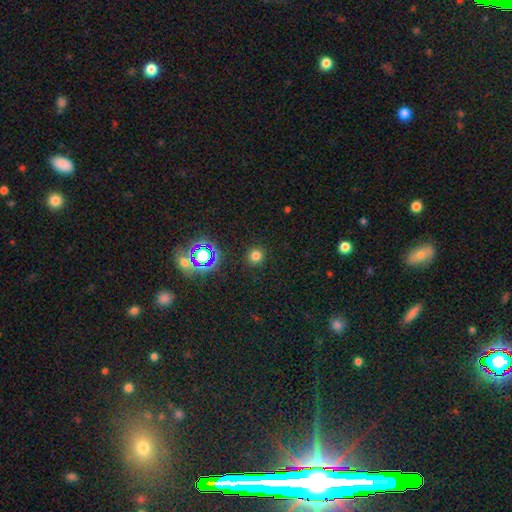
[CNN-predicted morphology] A smooth galaxy with no disk features (73%) that is round (92%).

Vote fractions:
- Smooth or featured? smooth: 73% / star or artifact: 21% / featured or disk: 5%
- How rounded? round: 92% / in between: 7% / cigar-shaped: 1%
- Merging? none: 91% / minor disturbance: 6% / major disturbance: 2% / merger: 1%